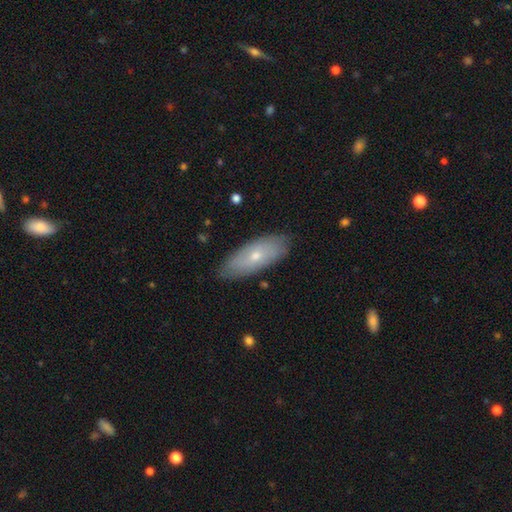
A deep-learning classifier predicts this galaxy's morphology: Smooth or featured? smooth (56%)
How rounded? in between (78%)
Merging? none (83%)